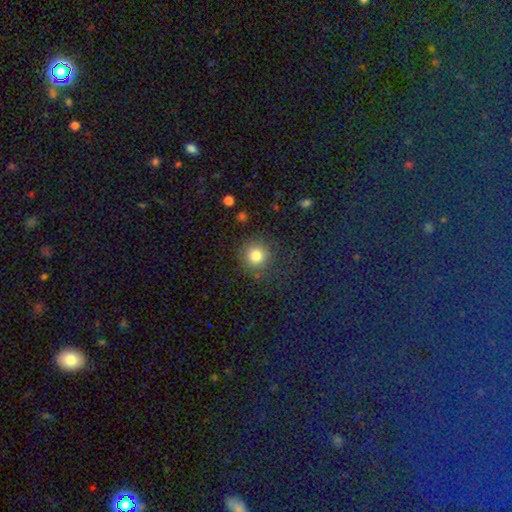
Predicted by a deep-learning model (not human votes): A smooth galaxy with no disk features (82%) that is round (93%). Merging: none (83%).